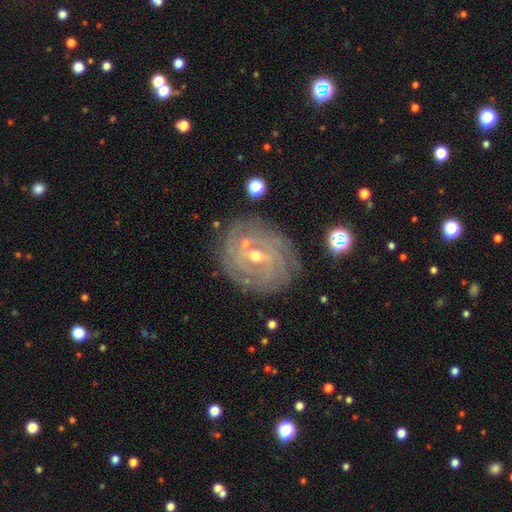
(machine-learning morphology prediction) This appears to be a featured or disk galaxy (75%) with a weak bar (45%), tight (78%) spiral arms (91%) and a small central bulge (70%). Merging: none (83%).